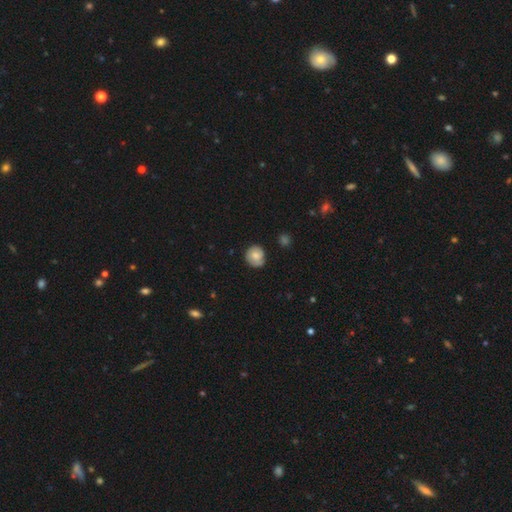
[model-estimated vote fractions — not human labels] Smooth or featured? Predicted: smooth (p=0.66). How rounded? Predicted: round (p=0.85). Merging? Predicted: none (p=0.70).